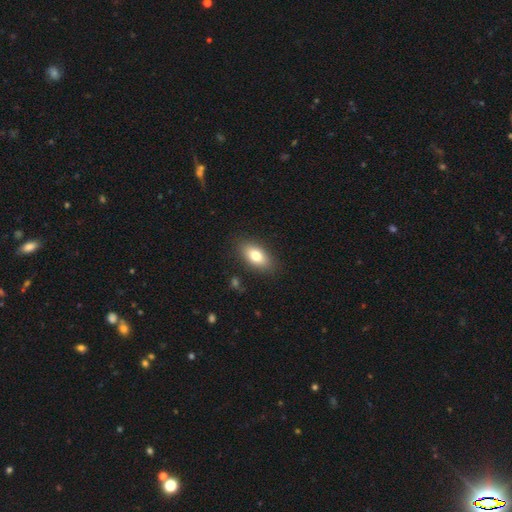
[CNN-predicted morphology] type=smooth (78%); roundness=in between (89%); merging=none (86%).